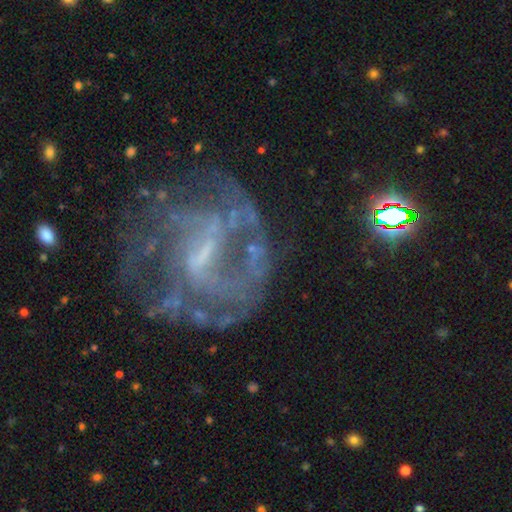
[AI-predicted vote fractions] Smooth or featured? featured or disk (83%)
Edge-on disk? no (97%)
Bar? weak (44%)
Spiral arms? yes (86%)
Spiral winding? medium (45%)
Spiral arm count? 2 (45%)
Bulge size? small (37%, tied with none)
Merging? none (49%)